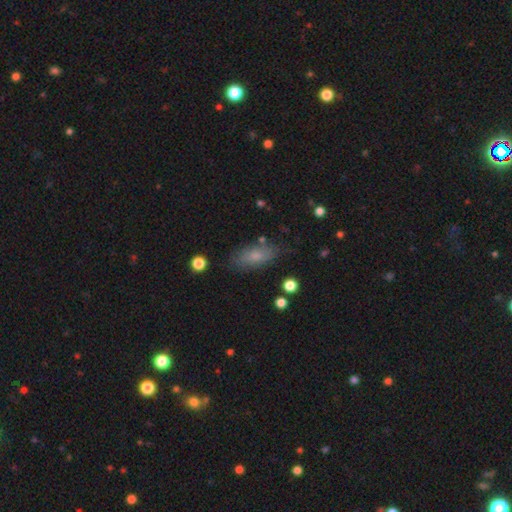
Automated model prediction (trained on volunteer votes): Smooth or featured: smooth — 74% (featured or disk — 16%)
How rounded: in between — 81% (cigar-shaped — 15%)
Merging: none — 77% (minor disturbance — 16%)